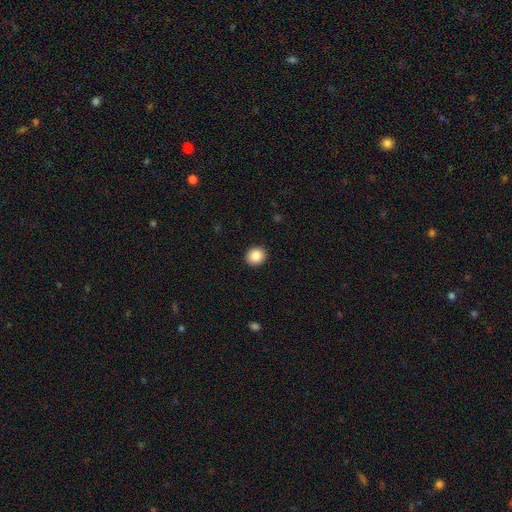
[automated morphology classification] A smooth galaxy with no disk features (87%) that is round (79%). Merging: none (92%).